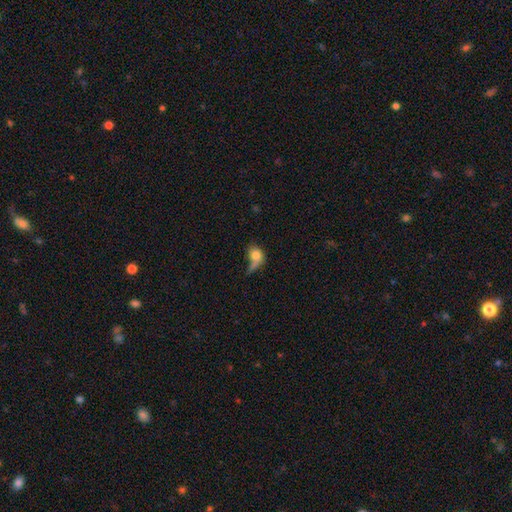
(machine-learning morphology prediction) The model was most divided on "merging": major disturbance: 34%, none: 28%, minor disturbance: 21%, merger: 17%. More confident: smooth or featured — smooth (74%); how rounded — in between (53%).